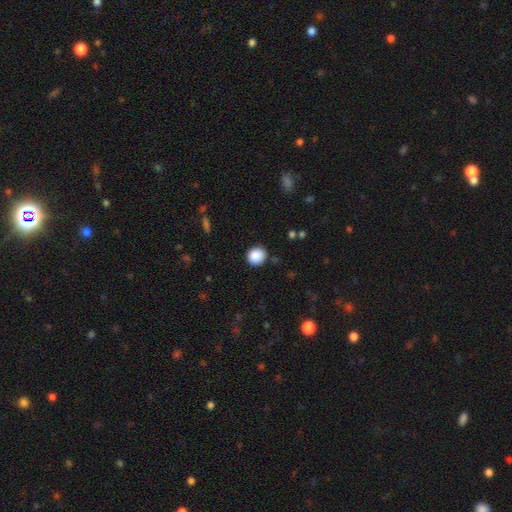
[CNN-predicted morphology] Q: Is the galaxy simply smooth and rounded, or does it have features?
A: smooth — 89%.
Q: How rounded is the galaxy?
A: round — 85%.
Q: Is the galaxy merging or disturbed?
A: none — 89%.